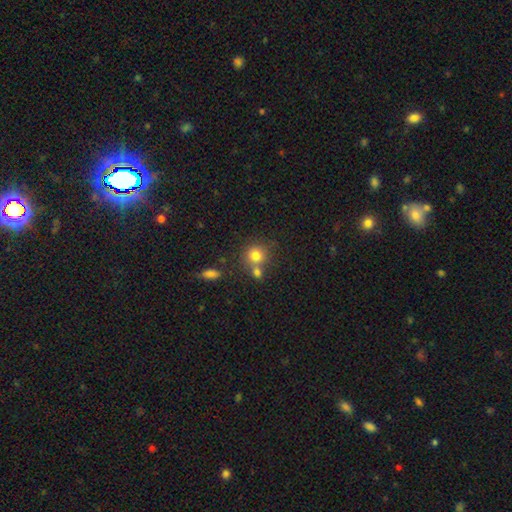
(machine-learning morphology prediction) This appears to be a smooth galaxy with no disk features (78%) that is round (86%). Merging: none (54%).